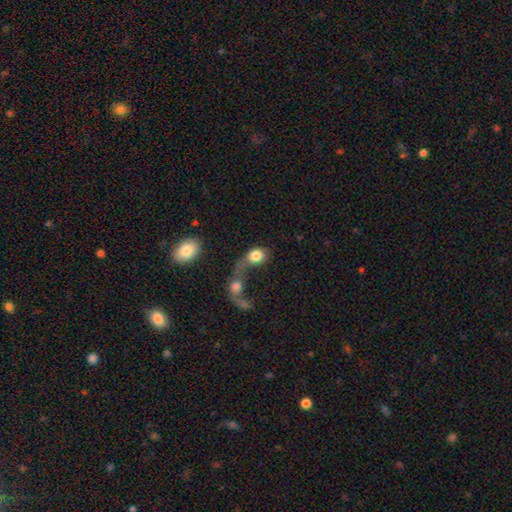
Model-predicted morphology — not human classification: The model was most divided on "how rounded": round: 54%, in between: 44%, cigar-shaped: 2%. More confident: smooth or featured — smooth (80%); merging — merger (59%).